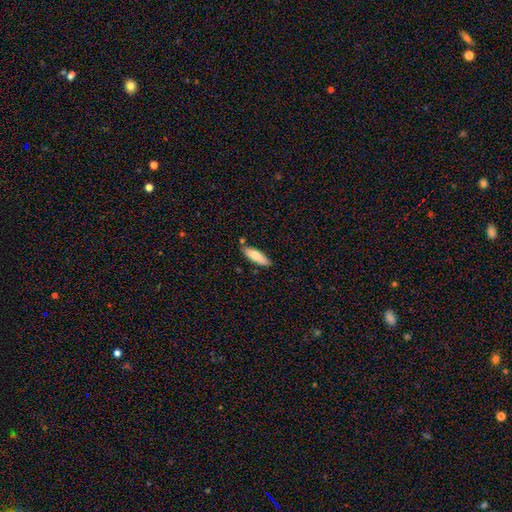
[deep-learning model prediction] Smooth or featured? Predicted: smooth (p=0.79). How rounded? Predicted: cigar-shaped (p=0.53). Merging? Predicted: none (p=0.79).